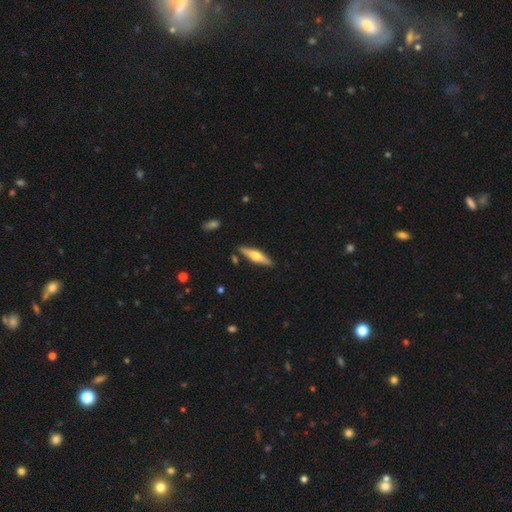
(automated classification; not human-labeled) Smooth or featured: featured or disk — 56% (smooth — 39%)
Edge-on disk: yes — 95% (no — 5%)
Edge-on bulge: rounded — 92% (boxy — 5%)
Merging: none — 86% (minor disturbance — 9%)